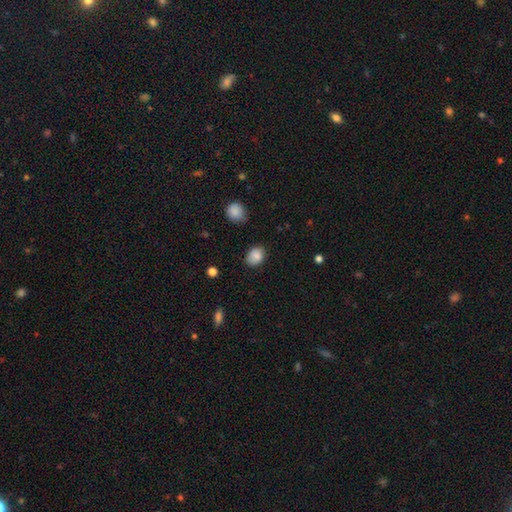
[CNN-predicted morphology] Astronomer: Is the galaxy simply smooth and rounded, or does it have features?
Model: smooth — 84%.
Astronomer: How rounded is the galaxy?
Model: in between — 58% (runner-up: round, 41%).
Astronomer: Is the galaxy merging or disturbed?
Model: none — 77%.